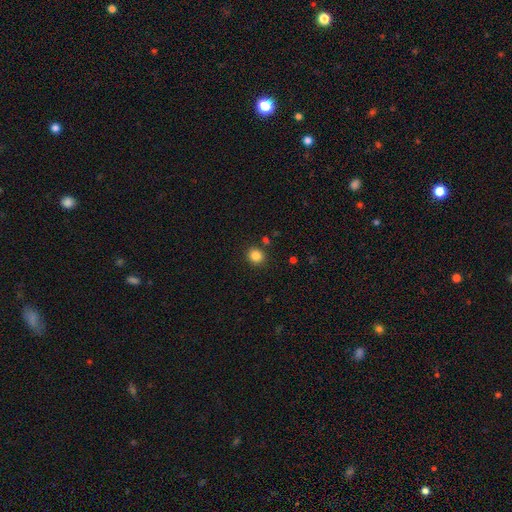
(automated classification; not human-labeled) Morphology: type=smooth (85%); roundness=round (85%); merging=none (88%).